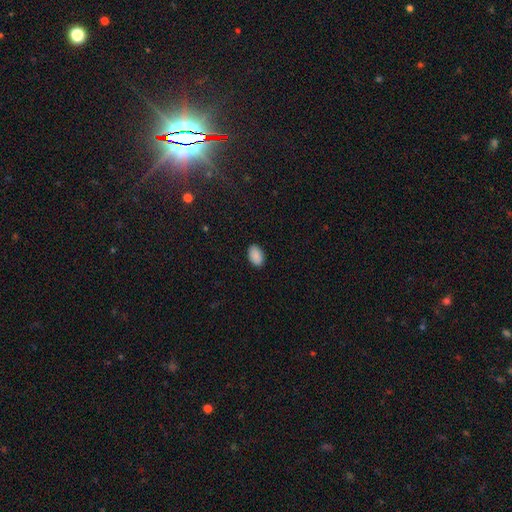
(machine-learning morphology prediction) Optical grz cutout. It shows a smooth galaxy with no disk features (90%) that is in between round and cigar-shaped (92%). Merging: none (90%).